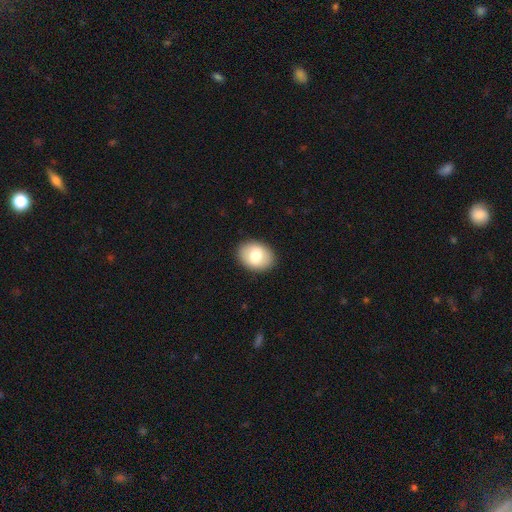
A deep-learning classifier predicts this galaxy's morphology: A smooth galaxy with no disk features (75%) that is in between round and cigar-shaped (70%). Merging: none (89%).